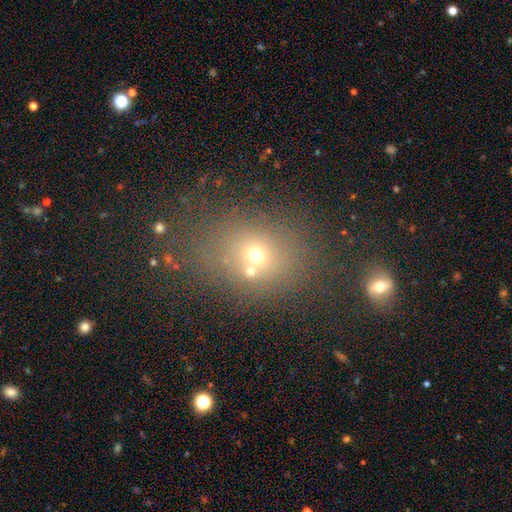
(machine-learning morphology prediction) This appears to be a smooth galaxy with no disk features (60%) that is round (58%). Merging: none (58%).